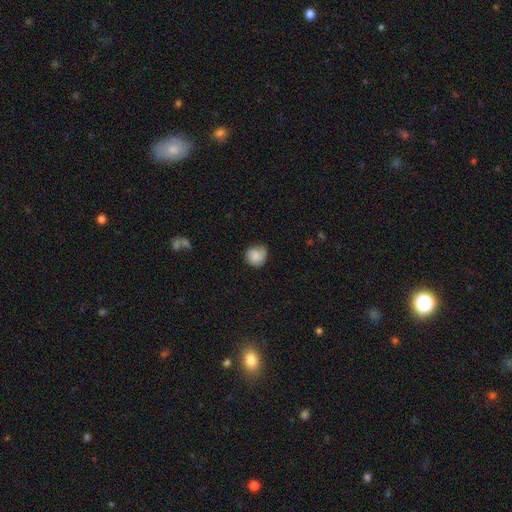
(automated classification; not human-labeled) Morphology: type=smooth (75%); roundness=round (83%); merging=none (59%).